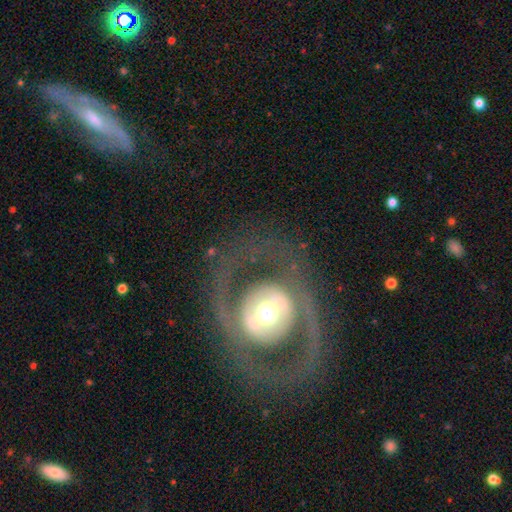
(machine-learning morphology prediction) Smooth or featured? Predicted: featured or disk (p=0.77). Edge-on disk? Predicted: no (p=0.95). Bar? Predicted: no (p=0.57). Spiral arms? Predicted: yes (p=0.55). Bulge size? Predicted: moderate (p=0.60). Merging? Predicted: none (p=0.77).